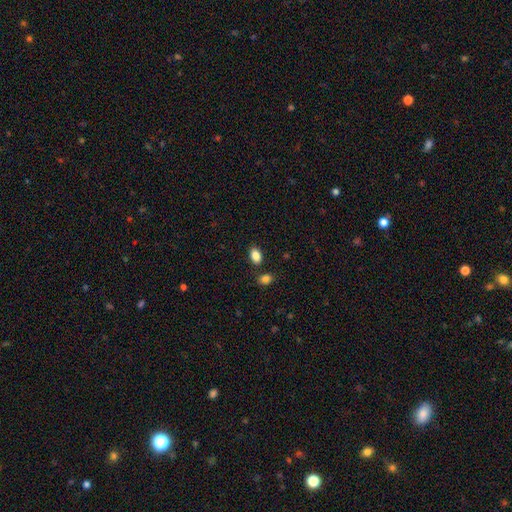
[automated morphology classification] type=smooth (86%); roundness=in between (87%); merging=none (80%).